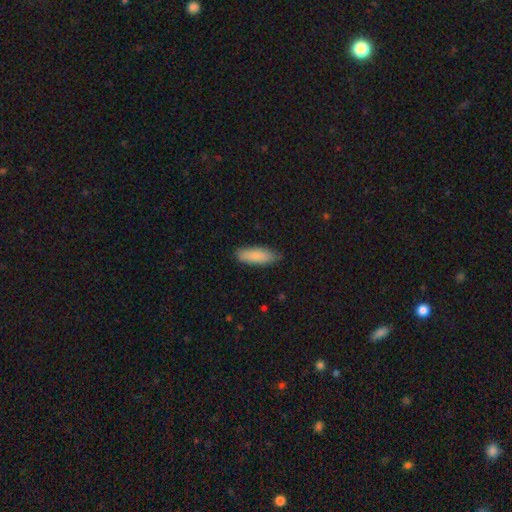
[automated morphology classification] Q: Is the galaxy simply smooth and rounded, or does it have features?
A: smooth — 84%.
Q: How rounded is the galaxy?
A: in between — 61%.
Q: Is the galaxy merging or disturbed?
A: none — 82%.